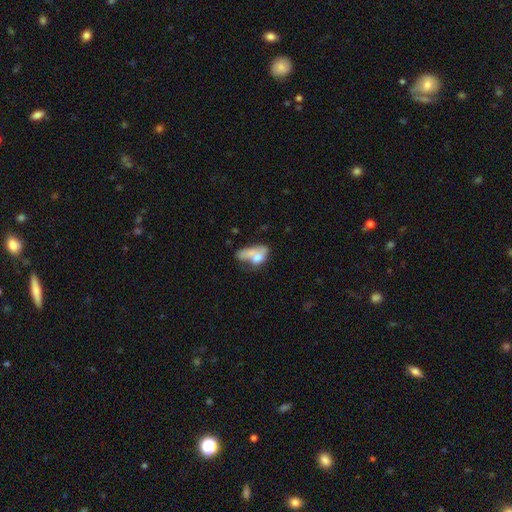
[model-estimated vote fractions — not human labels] This appears to be a smooth galaxy with no disk features (59%) that is in between round and cigar-shaped (80%). Merging: merger (37%).